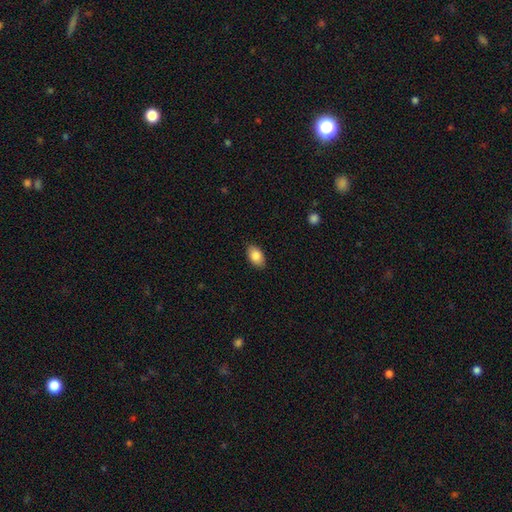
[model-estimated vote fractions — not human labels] smooth-or-featured: smooth: 86% | star or artifact: 7% | featured or disk: 7%
  how-rounded: in between: 92% | round: 7% | cigar-shaped: 2%
  merging: none: 88% | minor disturbance: 9% | major disturbance: 2% | merger: 1%